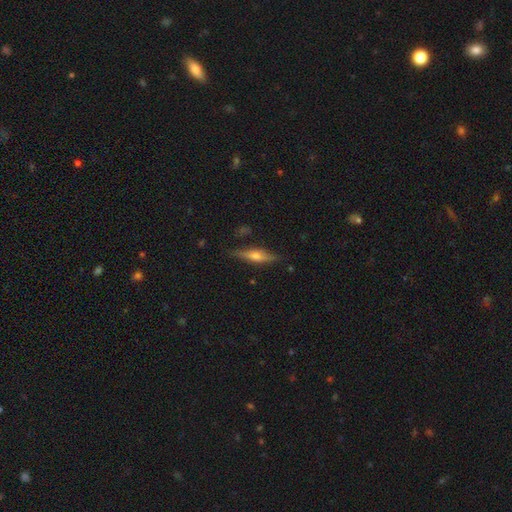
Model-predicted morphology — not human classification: smooth-or-featured: featured or disk: 63% | smooth: 30% | star or artifact: 7%
  disk-edge-on: yes: 95% | no: 5%
    edge-on-bulge: rounded: 87% | boxy: 8% | none: 5%
  merging: none: 84% | minor disturbance: 12% | major disturbance: 2% | merger: 2%